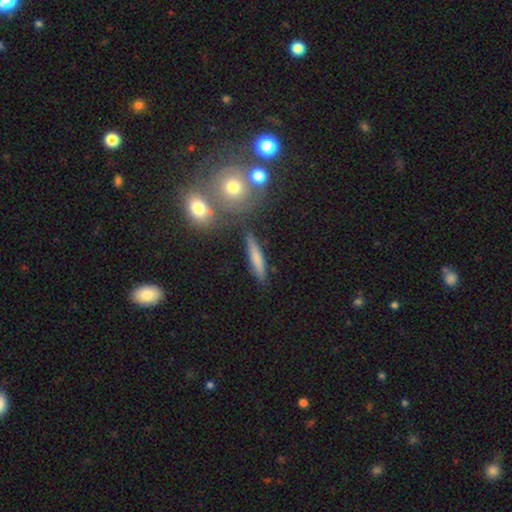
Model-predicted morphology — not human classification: Overall: smooth (66%). How rounded: cigar-shaped (83%). Merging: none (81%).